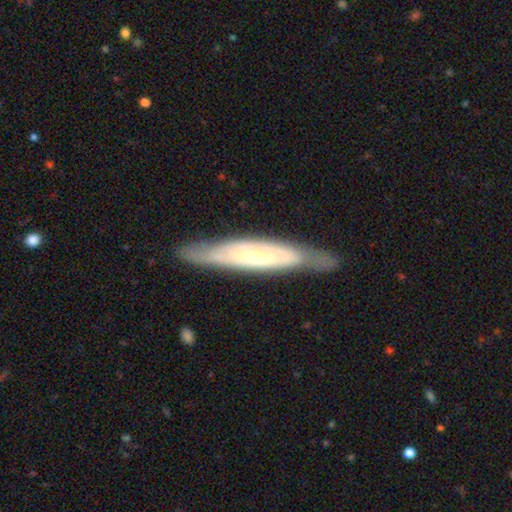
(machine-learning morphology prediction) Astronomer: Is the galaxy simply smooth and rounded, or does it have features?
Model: featured or disk — 68%.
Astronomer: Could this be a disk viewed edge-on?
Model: yes — 58% (runner-up: no, 42%).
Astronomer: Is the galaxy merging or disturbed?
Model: none — 78%.